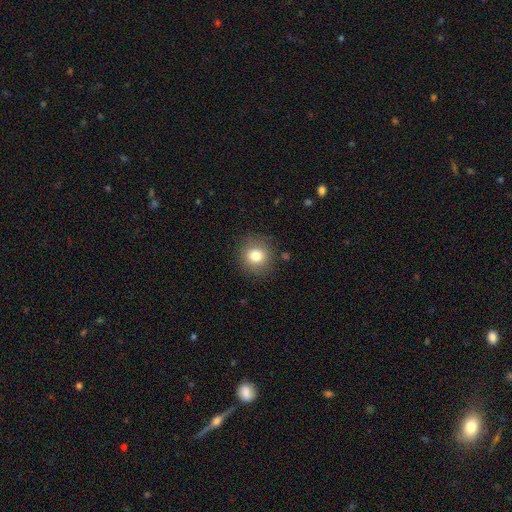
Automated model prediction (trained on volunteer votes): A smooth galaxy with no disk features (80%) that is round (88%).

Vote fractions:
- Smooth or featured? smooth: 80% / star or artifact: 11% / featured or disk: 9%
- How rounded? round: 88% / in between: 11% / cigar-shaped: 1%
- Merging? none: 87% / minor disturbance: 9% / major disturbance: 3% / merger: 1%